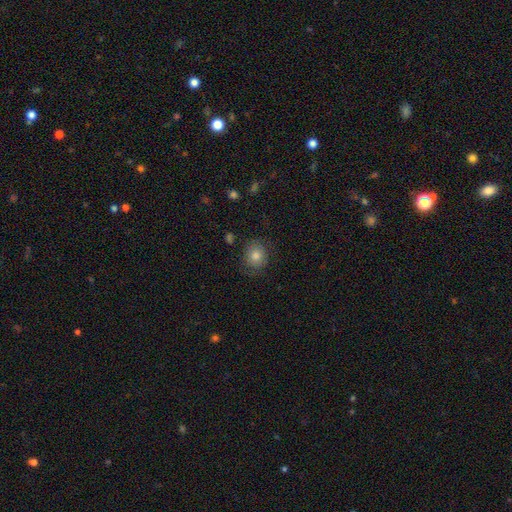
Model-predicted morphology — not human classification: smooth 77%, star or artifact 12%, featured or disk 11%. Down the decision tree: how rounded — round (72%); merging — none (78%).